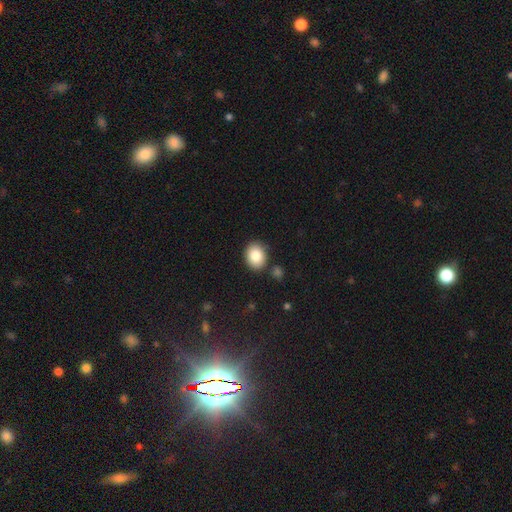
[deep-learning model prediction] Smooth or featured? Predicted: smooth (p=0.85). How rounded? Predicted: in between (p=0.54). Merging? Predicted: none (p=0.83).